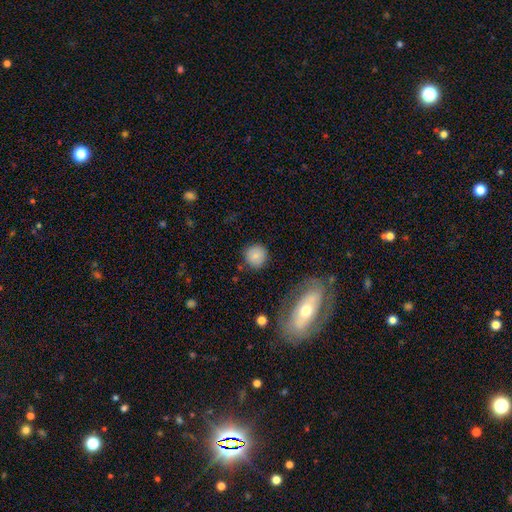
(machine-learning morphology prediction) Smooth or featured? Predicted: smooth (p=0.80). How rounded? Predicted: round (p=0.91). Merging? Predicted: none (p=0.83).